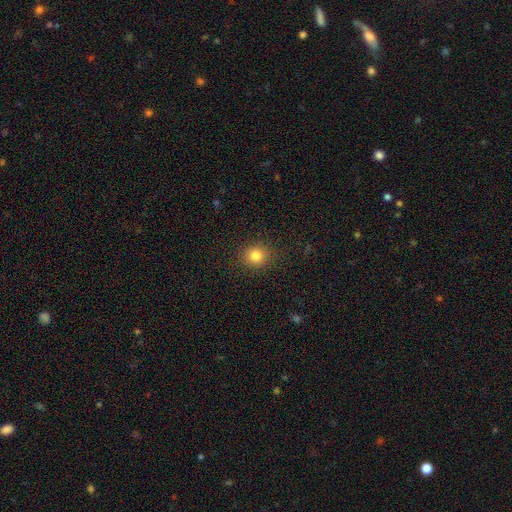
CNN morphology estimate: Smooth or featured? Predicted: smooth (p=0.82). How rounded? Predicted: round (p=0.85). Merging? Predicted: none (p=0.89).